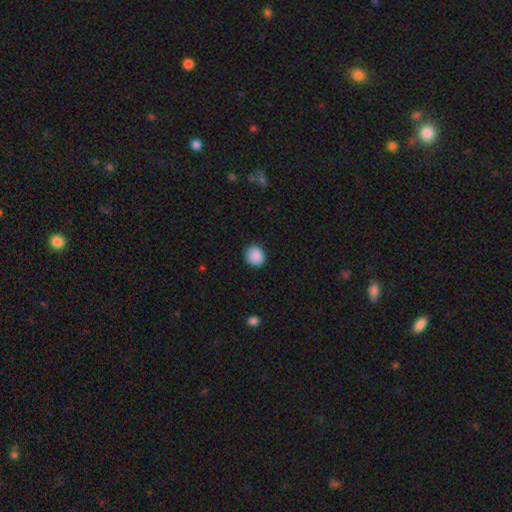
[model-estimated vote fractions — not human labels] A smooth galaxy with no disk features (89%) that is round (73%). Merging: none (88%).